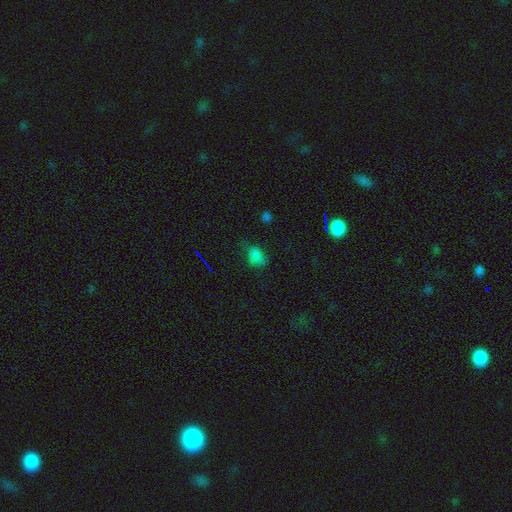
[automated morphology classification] Smooth or featured? smooth (73%)
How rounded? in between (77%)
Merging? none (54%)